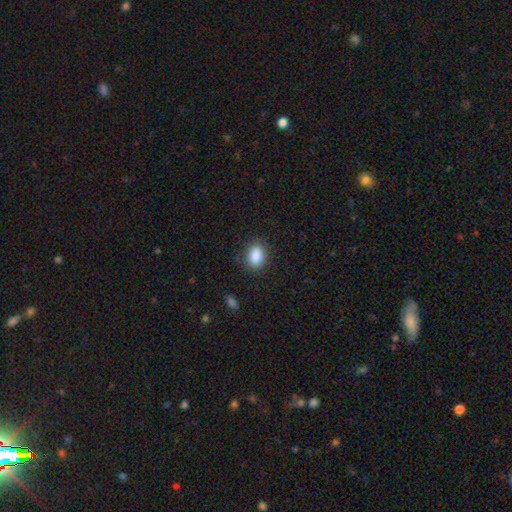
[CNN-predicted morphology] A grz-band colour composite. It shows a smooth galaxy with no disk features (89%) that is in between round and cigar-shaped (79%). Merging: none (85%).